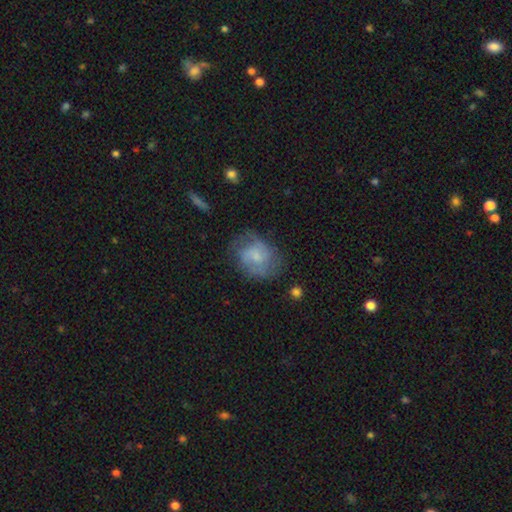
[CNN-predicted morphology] featured or disk 56%, smooth 36%, star or artifact 8%. Down the decision tree: edge-on disk — no (97%); bar — no (56%); spiral arms — yes (82%); bulge size — small (40%); merging — none (59%).